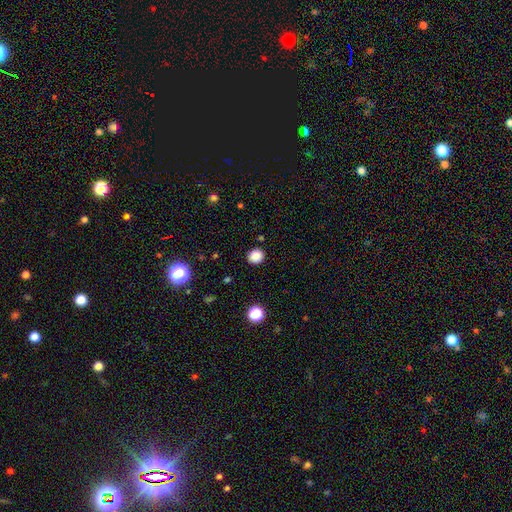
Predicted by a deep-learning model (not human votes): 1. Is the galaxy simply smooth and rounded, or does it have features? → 84% smooth, 11% star or artifact, 5% featured or disk.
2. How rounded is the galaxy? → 82% round, 17% in between, 1% cigar-shaped.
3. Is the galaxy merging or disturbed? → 91% none, 6% minor disturbance, 2% major disturbance, 2% merger.